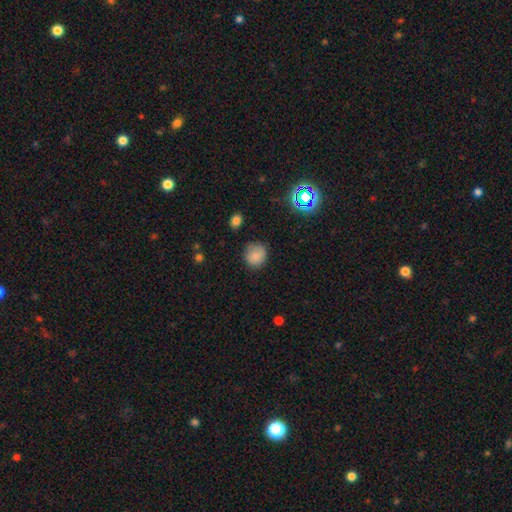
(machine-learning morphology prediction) The model was most divided on "merging": none: 79%, minor disturbance: 16%, major disturbance: 4%, merger: 2%. More confident: how rounded — round (87%); smooth or featured — smooth (80%).